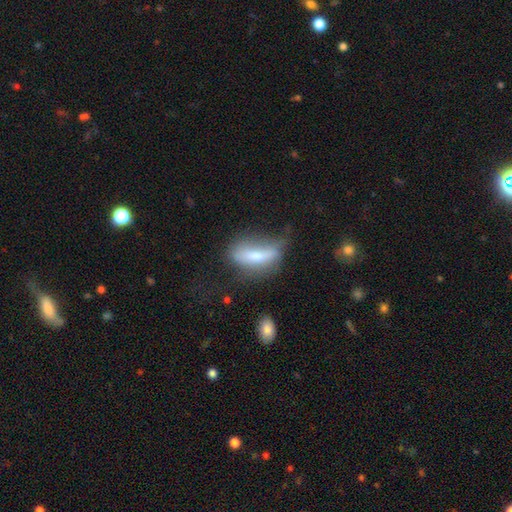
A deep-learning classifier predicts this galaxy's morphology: The model was most divided on "merging": none: 37%, minor disturbance: 30%, major disturbance: 28%, merger: 5%. More confident: how rounded — in between (57%); smooth or featured — smooth (54%).